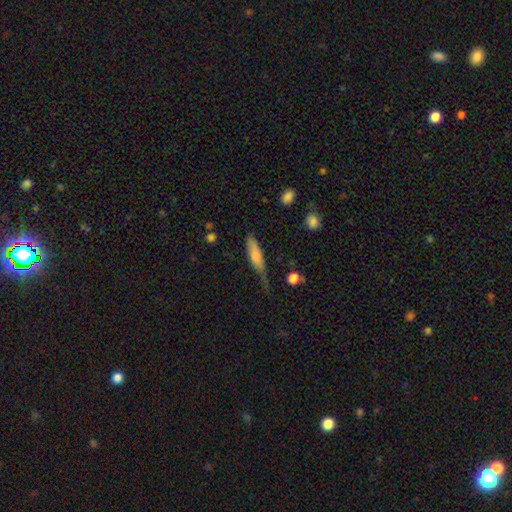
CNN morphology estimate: Smooth or featured? Predicted: smooth (p=0.68). How rounded? Predicted: cigar-shaped (p=0.66). Merging? Predicted: minor disturbance (p=0.39).